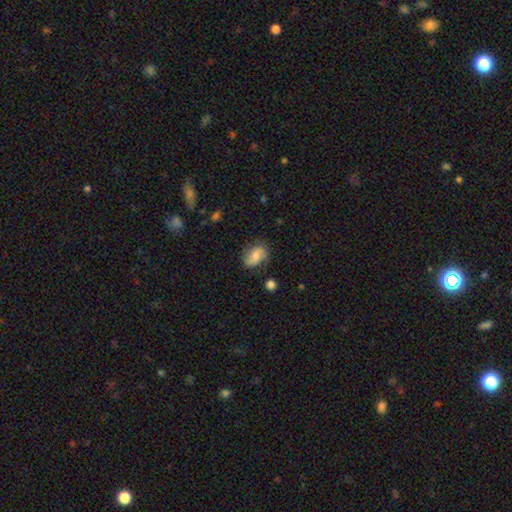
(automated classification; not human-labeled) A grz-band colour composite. It shows a smooth galaxy with no disk features (53%) that is in between round and cigar-shaped (80%). Merging: none (68%).